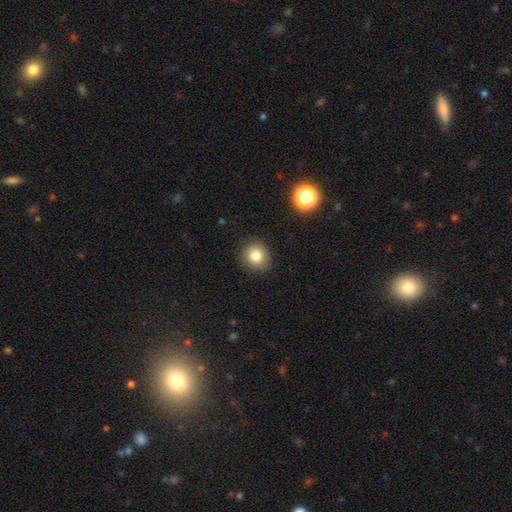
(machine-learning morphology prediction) This is clearly a smooth galaxy (82%). How rounded: clearly round (86%). Merging: clearly none (88%).